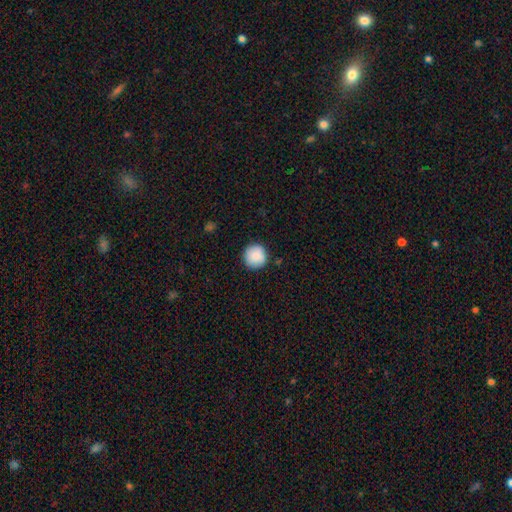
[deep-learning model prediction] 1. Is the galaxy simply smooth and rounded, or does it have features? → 88% smooth, 7% star or artifact, 5% featured or disk.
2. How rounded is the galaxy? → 95% round, 4% in between, 1% cigar-shaped.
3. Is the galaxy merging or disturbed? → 89% none, 8% minor disturbance, 2% major disturbance, 1% merger.